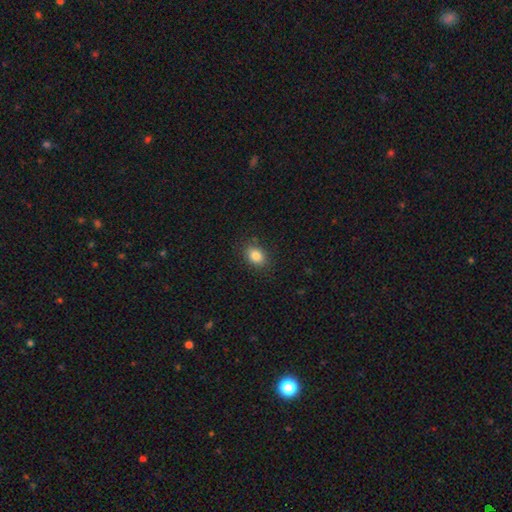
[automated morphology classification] smooth-or-featured: smooth: 85% | star or artifact: 9% | featured or disk: 5%
  how-rounded: in between: 69% | round: 30% | cigar-shaped: 1%
  merging: none: 84% | minor disturbance: 12% | major disturbance: 3% | merger: 1%